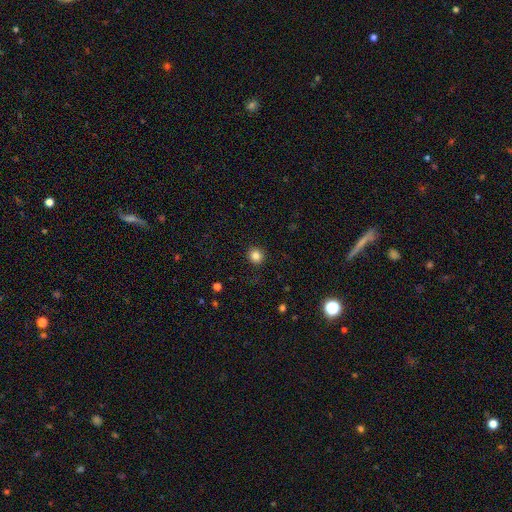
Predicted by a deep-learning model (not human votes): This appears to be a smooth galaxy with no disk features (84%) that is round (91%). Merging: none (91%).